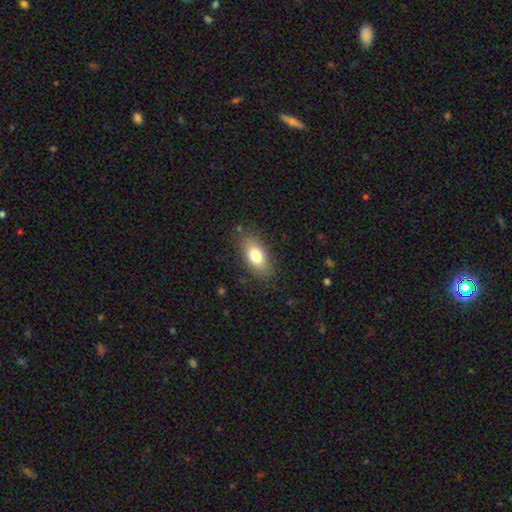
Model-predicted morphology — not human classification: smooth 76%, featured or disk 16%, star or artifact 8%. Down the decision tree: how rounded — in between (86%); merging — none (83%).